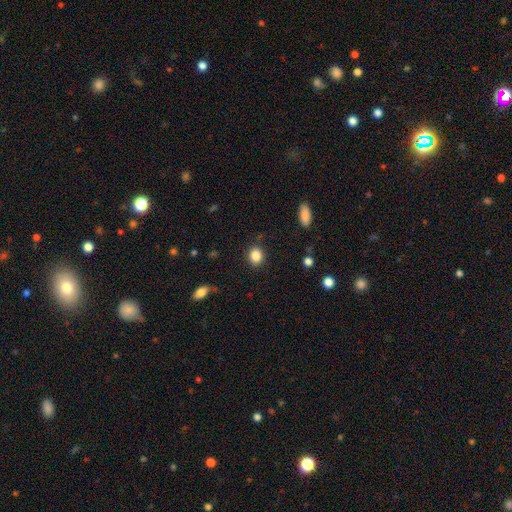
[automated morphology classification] type=smooth (86%); roundness=round (65%); merging=none (87%).